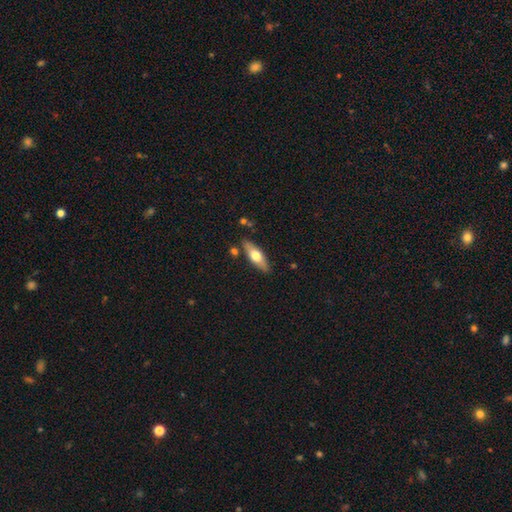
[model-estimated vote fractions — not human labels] Smooth or featured?
  - smooth: 56% *
  - featured or disk: 39%
  - star or artifact: 6%
How rounded?
  - in between: 55% *
  - cigar-shaped: 43%
  - round: 3%
Merging?
  - none: 82% *
  - minor disturbance: 11%
  - merger: 4%
  - major disturbance: 2%